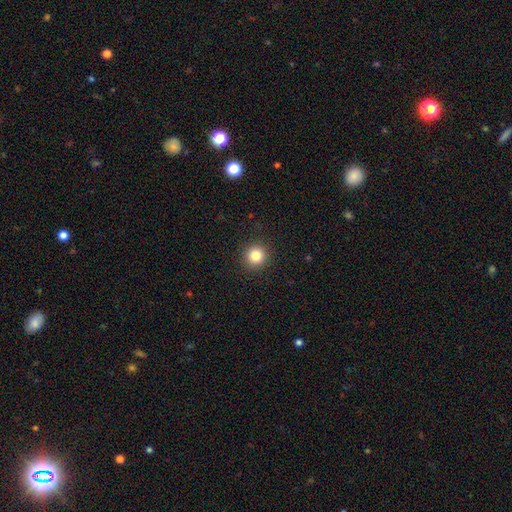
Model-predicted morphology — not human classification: A smooth galaxy with no disk features (83%) that is round (94%).

Vote fractions:
- Smooth or featured? smooth: 83% / star or artifact: 11% / featured or disk: 5%
- How rounded? round: 94% / in between: 5% / cigar-shaped: 1%
- Merging? none: 92% / minor disturbance: 5% / major disturbance: 2% / merger: 1%